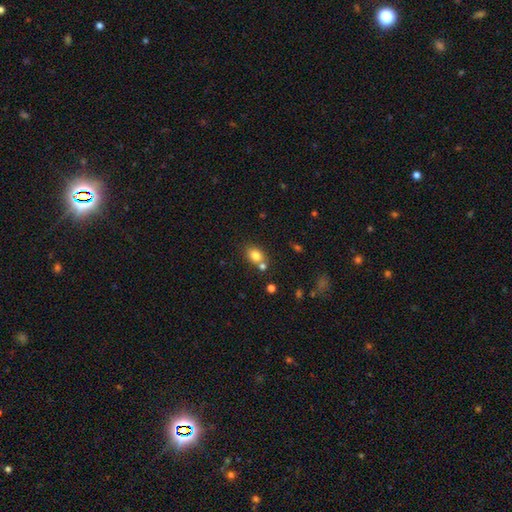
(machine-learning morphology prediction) smooth-or-featured: smooth: 80% | star or artifact: 11% | featured or disk: 9%
  how-rounded: in between: 63% | round: 36% | cigar-shaped: 1%
  merging: none: 62% | merger: 22% | minor disturbance: 12% | major disturbance: 4%